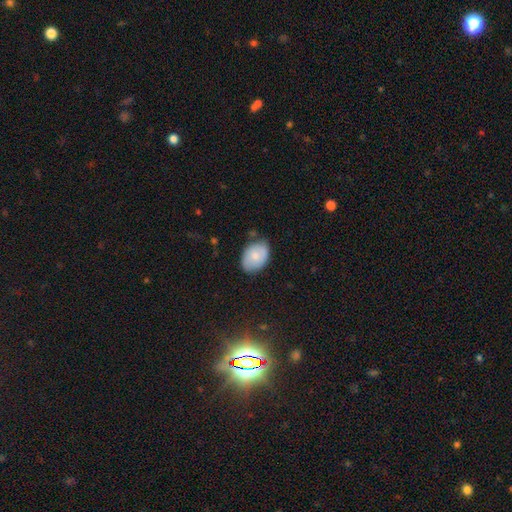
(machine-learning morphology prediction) Overall: smooth (74%). How rounded: in between (82%). Merging: none (73%).